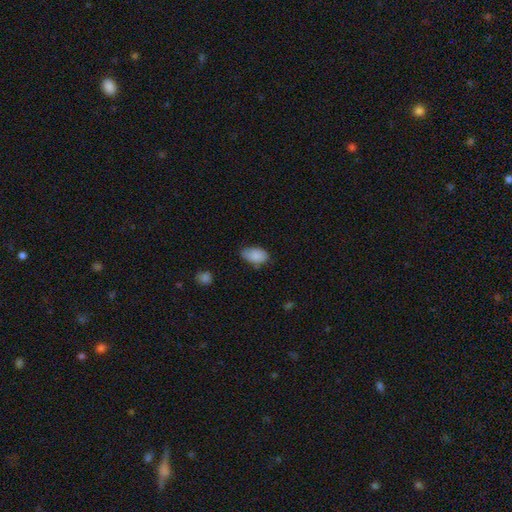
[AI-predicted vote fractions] Q: Smooth or featured?
A: smooth (87%); runner-up: star or artifact (7%)
Q: How rounded?
A: in between (92%); runner-up: round (6%)
Q: Merging?
A: none (64%); runner-up: minor disturbance (29%)